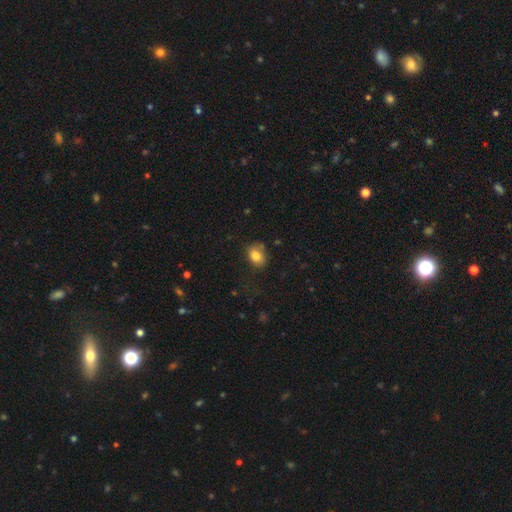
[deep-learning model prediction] A smooth galaxy with no disk features (83%) that is in between round and cigar-shaped (57%).

Vote fractions:
- Smooth or featured? smooth: 83% / star or artifact: 10% / featured or disk: 8%
- How rounded? in between: 57% / round: 41% / cigar-shaped: 1%
- Merging? none: 70% / minor disturbance: 21% / major disturbance: 6% / merger: 3%